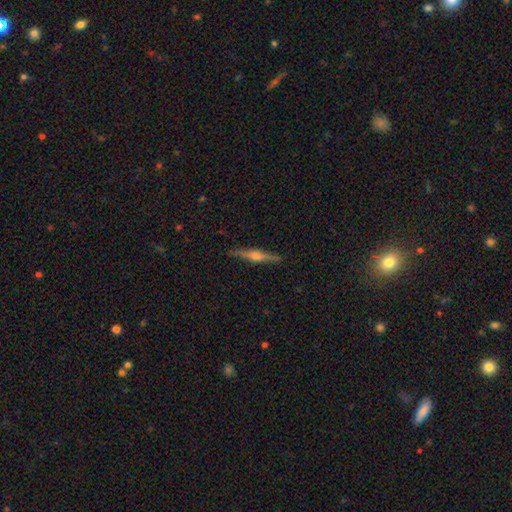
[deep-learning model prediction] Smooth or featured? Predicted: featured or disk (p=0.77). Edge-on disk? Predicted: yes (p=0.98). Edge-on bulge? Predicted: rounded (p=0.89). Merging? Predicted: none (p=0.91).